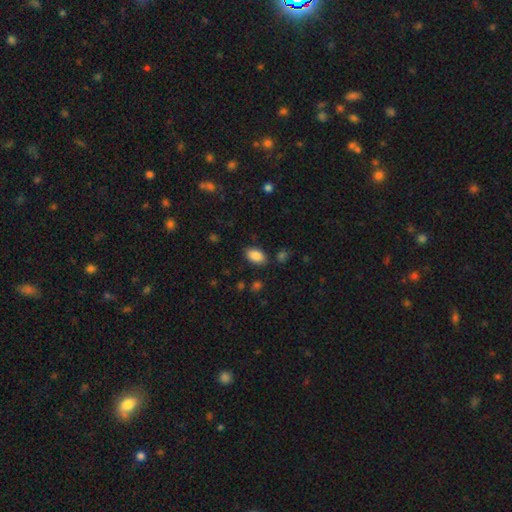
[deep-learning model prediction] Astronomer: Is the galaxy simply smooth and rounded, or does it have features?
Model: smooth — 88%.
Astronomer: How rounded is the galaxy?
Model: in between — 92%.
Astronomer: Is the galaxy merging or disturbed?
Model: none — 84%.